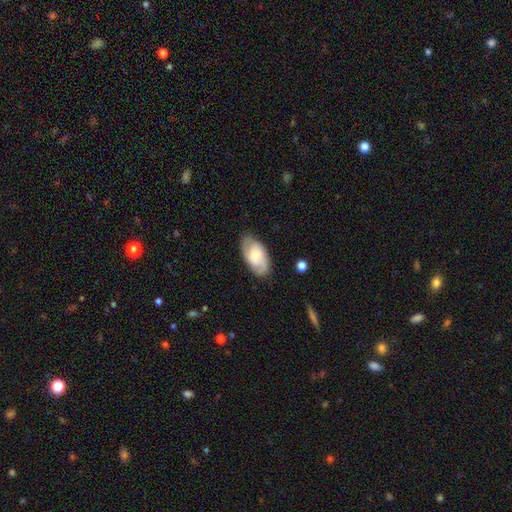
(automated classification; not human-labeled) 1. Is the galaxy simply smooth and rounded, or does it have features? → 53% featured or disk, 41% smooth, 6% star or artifact.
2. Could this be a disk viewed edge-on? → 93% no, 7% yes.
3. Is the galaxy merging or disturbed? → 78% none, 17% minor disturbance, 4% major disturbance, 1% merger.